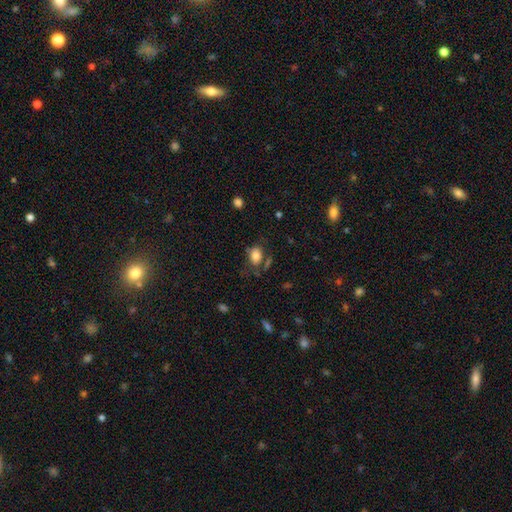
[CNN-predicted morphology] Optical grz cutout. It shows a smooth galaxy with no disk features (78%) that is in between round and cigar-shaped (76%). Merging: none (57%).